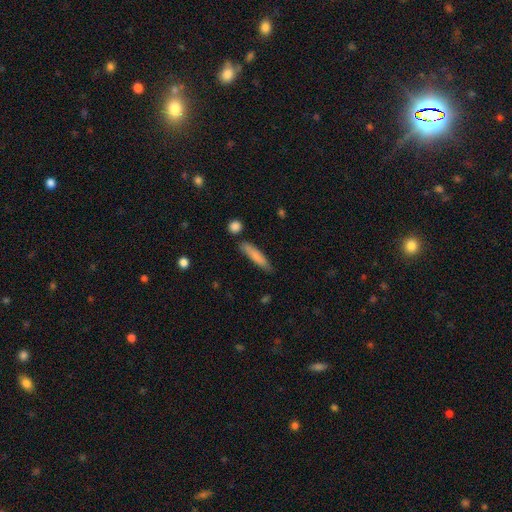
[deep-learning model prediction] The model was most divided on "merging": none: 77%, minor disturbance: 16%, merger: 4%, major disturbance: 3%. More confident: how rounded — cigar-shaped (85%); smooth or featured — smooth (80%).